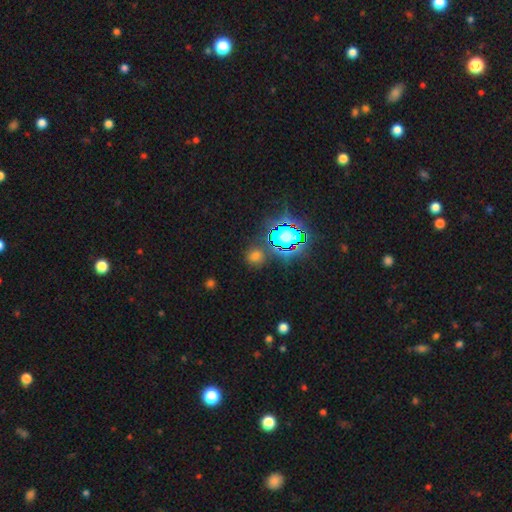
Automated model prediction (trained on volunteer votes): A smooth galaxy with no disk features (51%) that is round (85%).

Vote fractions:
- Smooth or featured? smooth: 51% / star or artifact: 41% / featured or disk: 8%
- How rounded? round: 85% / in between: 14% / cigar-shaped: 2%
- Merging? none: 82% / minor disturbance: 9% / merger: 5% / major disturbance: 4%